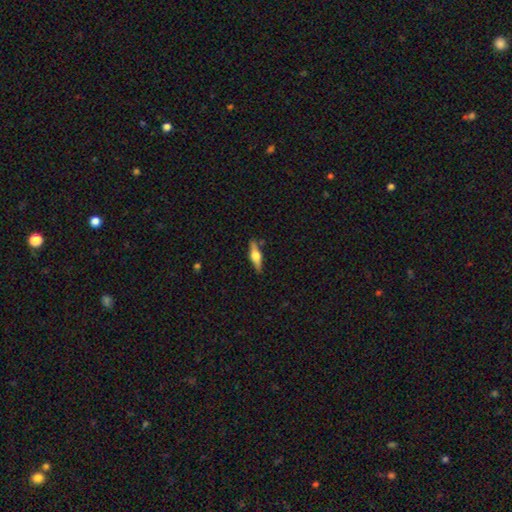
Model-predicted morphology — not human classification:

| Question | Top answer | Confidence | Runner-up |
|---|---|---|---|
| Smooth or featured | featured or disk | 62% | smooth (32%) |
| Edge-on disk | yes | 96% | no (4%) |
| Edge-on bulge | rounded | 92% | boxy (6%) |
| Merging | none | 85% | minor disturbance (10%) |